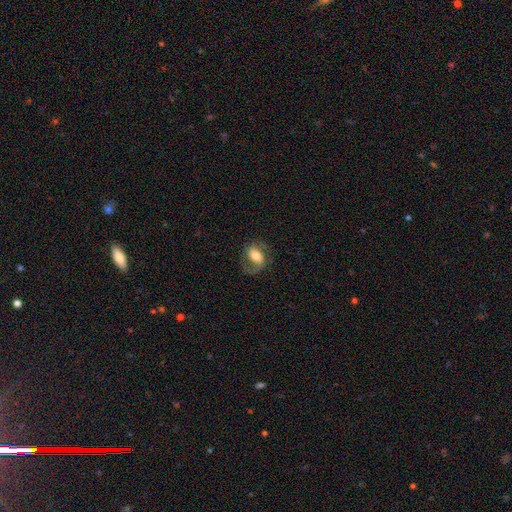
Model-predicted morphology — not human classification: This is likely a featured or disk galaxy (60%). It is clearly not viewed edge-on (95%). Bar: marginally weak (36%). Spiral arm pattern: clearly yes (84%). Central bulge: possibly moderate (56%). Merging: likely none (67%).